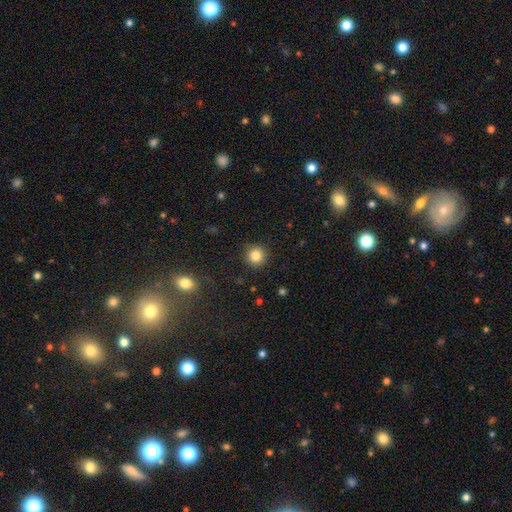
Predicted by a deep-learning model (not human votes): Smooth or featured? smooth (84%)
How rounded? round (94%)
Merging? none (91%)